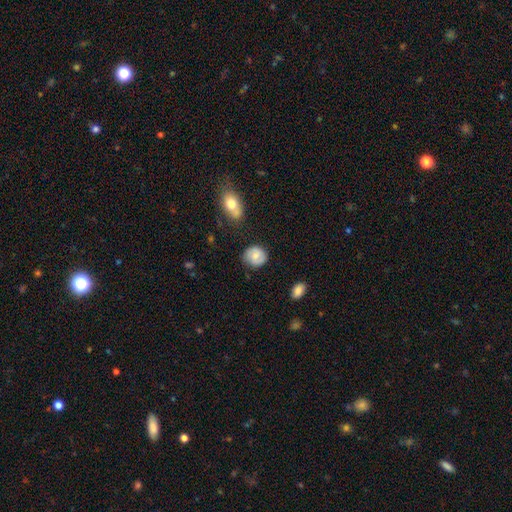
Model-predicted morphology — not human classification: smooth_or_featured: smooth (p=0.71) [alt: featured or disk p=0.22]
how_rounded: round (p=0.75) [alt: in between p=0.24]
merging: none (p=0.72) [alt: minor disturbance p=0.21]